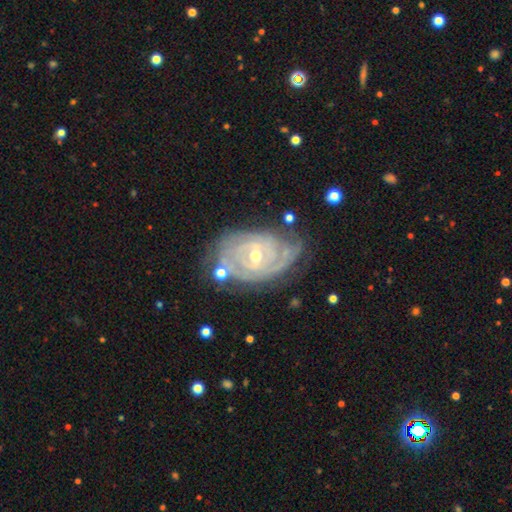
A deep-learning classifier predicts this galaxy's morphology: Smooth or featured? featured or disk (90%)
Edge-on disk? no (96%)
Bar? weak (47%)
Spiral arms? yes (97%)
Spiral winding? tight (79%)
Spiral arm count? can't tell (26%)
Bulge size? small (51%)
Merging? none (68%)